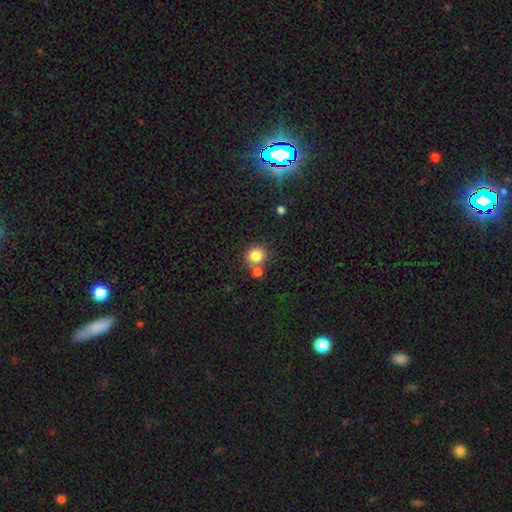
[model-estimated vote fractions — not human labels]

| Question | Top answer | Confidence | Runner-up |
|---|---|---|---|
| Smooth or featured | smooth | 83% | star or artifact (11%) |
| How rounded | round | 87% | in between (12%) |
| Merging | none | 69% | merger (19%) |